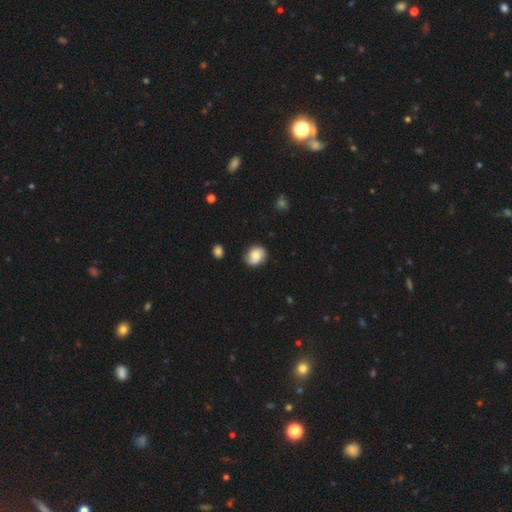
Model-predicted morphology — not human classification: Smooth or featured: smooth — 63% (featured or disk — 29%)
How rounded: round — 51% (in between — 48%)
Merging: none — 80% (minor disturbance — 15%)